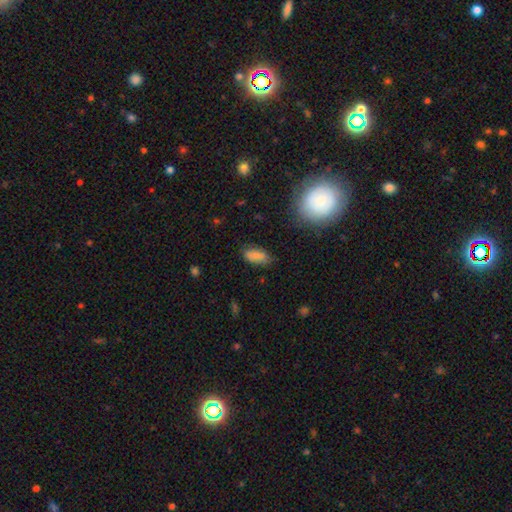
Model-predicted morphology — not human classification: Smooth or featured? Predicted: smooth (p=0.80). How rounded? Predicted: in between (p=0.86). Merging? Predicted: none (p=0.72).